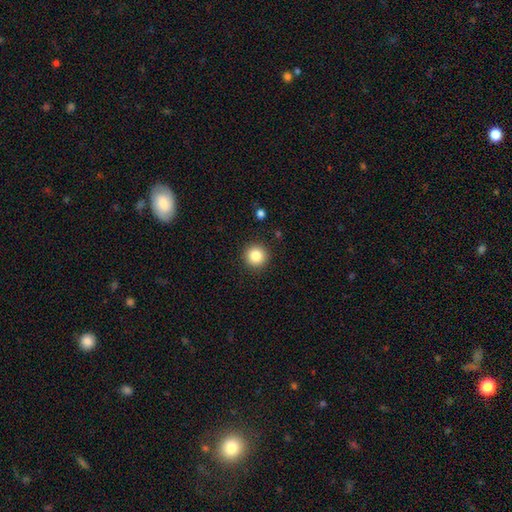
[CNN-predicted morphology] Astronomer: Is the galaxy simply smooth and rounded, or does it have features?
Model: smooth — 84%.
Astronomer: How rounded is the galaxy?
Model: round — 96%.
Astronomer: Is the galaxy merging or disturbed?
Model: none — 92%.